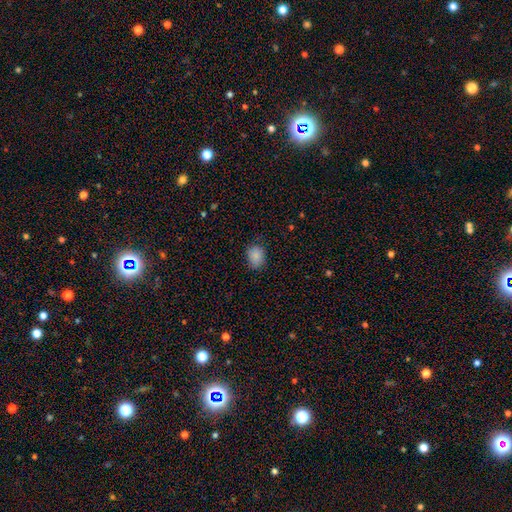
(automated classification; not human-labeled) Smooth or featured? Predicted: smooth (p=0.87). How rounded? Predicted: in between (p=0.59). Merging? Predicted: none (p=0.79).